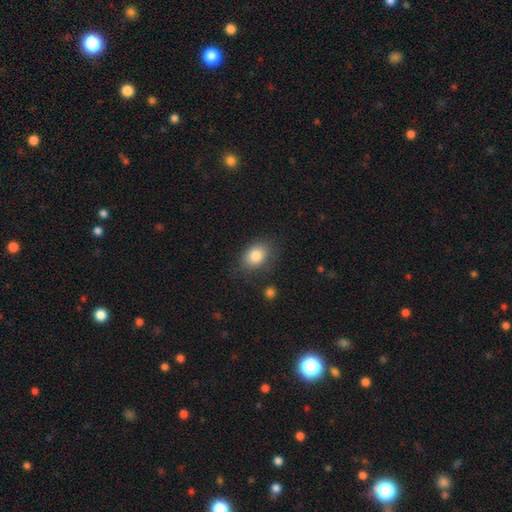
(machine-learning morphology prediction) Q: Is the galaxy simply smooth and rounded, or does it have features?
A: smooth — 83%.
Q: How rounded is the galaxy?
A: in between — 73%.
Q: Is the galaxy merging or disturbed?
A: none — 76%.